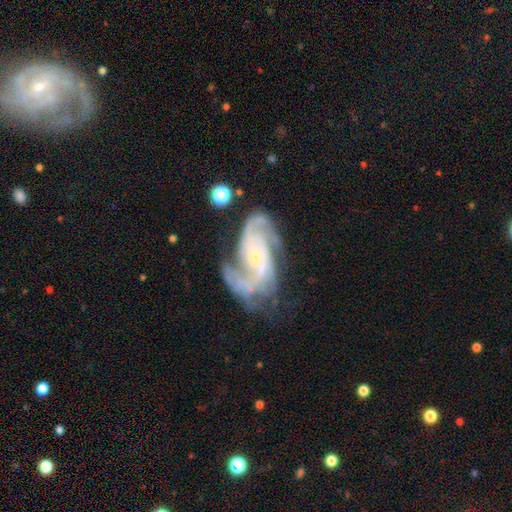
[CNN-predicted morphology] A featured or disk galaxy (89%) with no bar (55%), 2 (59%) medium (51%) spiral arms (97%) and a small central bulge (77%).

Vote fractions:
- Smooth or featured? featured or disk: 89% / star or artifact: 6% / smooth: 5%
- Edge-on disk? no: 97% / yes: 3%
- Bar? no: 55% / weak: 33% / strong: 11%
- Spiral arms? yes: 97% / no: 3%
- Spiral winding? medium: 51% / tight: 31% / loose: 17%
- Spiral arm count? 2: 59% / 3: 18% / can't tell: 11% / 4: 5% / 1: 4% / more than 4: 4%
- Bulge size? small: 77% / moderate: 15% / none: 6% / large: 1% / dominant: 1%
- Merging? none: 53% / minor disturbance: 23% / major disturbance: 19% / merger: 5%